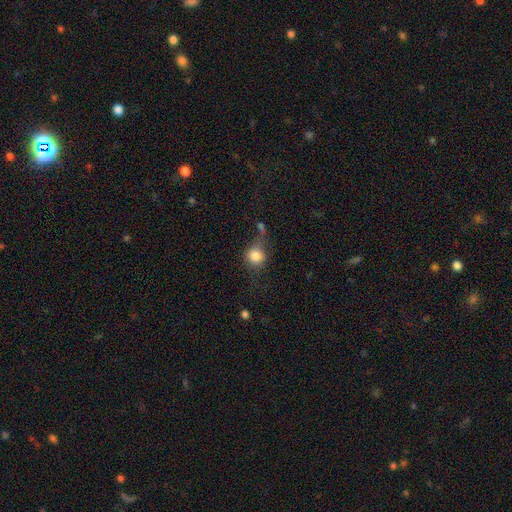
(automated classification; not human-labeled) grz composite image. It shows a smooth galaxy with no disk features (80%) that is round (81%). Merging: none (49%).